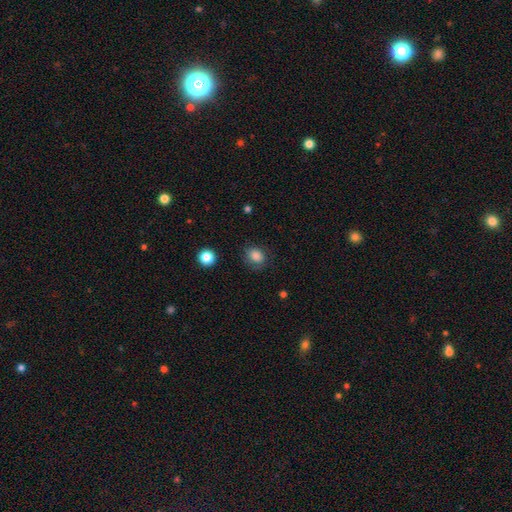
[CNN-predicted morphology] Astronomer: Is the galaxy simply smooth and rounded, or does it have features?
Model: smooth — 85%.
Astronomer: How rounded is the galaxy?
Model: round — 56% (runner-up: in between, 43%).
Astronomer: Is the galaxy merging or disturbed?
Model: none — 74%.